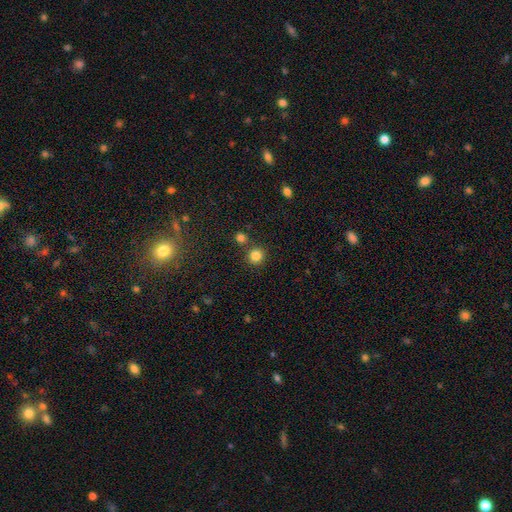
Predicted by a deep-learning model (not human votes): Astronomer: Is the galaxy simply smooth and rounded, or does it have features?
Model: smooth — 83%.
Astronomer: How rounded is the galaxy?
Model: round — 92%.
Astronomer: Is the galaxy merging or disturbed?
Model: none — 79%.